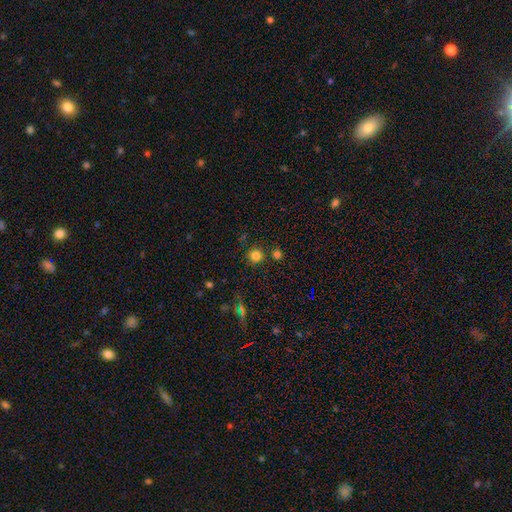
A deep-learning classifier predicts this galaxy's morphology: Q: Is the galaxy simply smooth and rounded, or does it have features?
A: smooth — 79%.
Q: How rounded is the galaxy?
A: round — 94%.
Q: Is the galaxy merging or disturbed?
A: none — 84%.